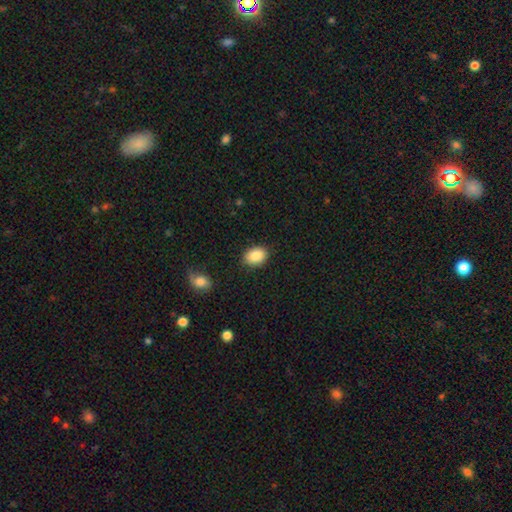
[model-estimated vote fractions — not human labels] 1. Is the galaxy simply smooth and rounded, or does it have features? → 89% smooth, 7% star or artifact, 4% featured or disk.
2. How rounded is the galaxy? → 73% in between, 26% round, 1% cigar-shaped.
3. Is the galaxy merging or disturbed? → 86% none, 9% minor disturbance, 2% major disturbance, 2% merger.